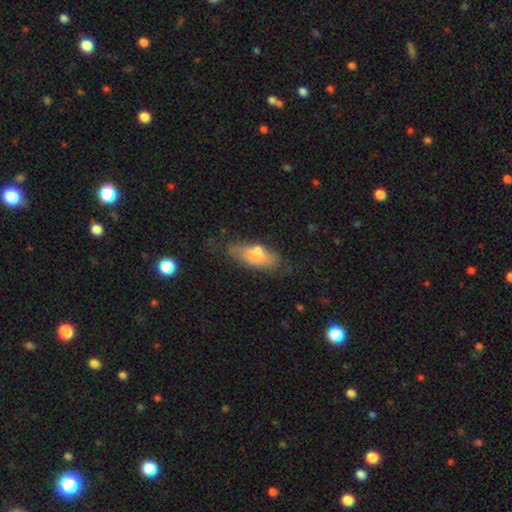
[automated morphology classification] Smooth or featured?
  - smooth: 71% *
  - featured or disk: 21%
  - star or artifact: 8%
How rounded?
  - in between: 74% *
  - cigar-shaped: 23%
  - round: 3%
Merging?
  - none: 60% *
  - minor disturbance: 23%
  - merger: 8%
  - major disturbance: 8%